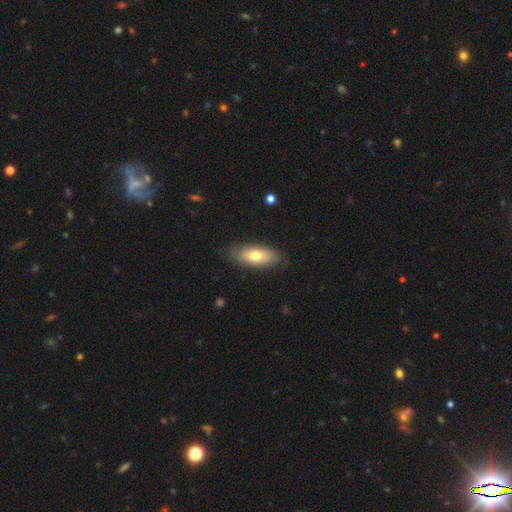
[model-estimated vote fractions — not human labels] smooth-or-featured: smooth: 68% | featured or disk: 26% | star or artifact: 6%
  how-rounded: in between: 85% | cigar-shaped: 12% | round: 3%
  merging: none: 79% | minor disturbance: 17% | major disturbance: 4% | merger: 1%